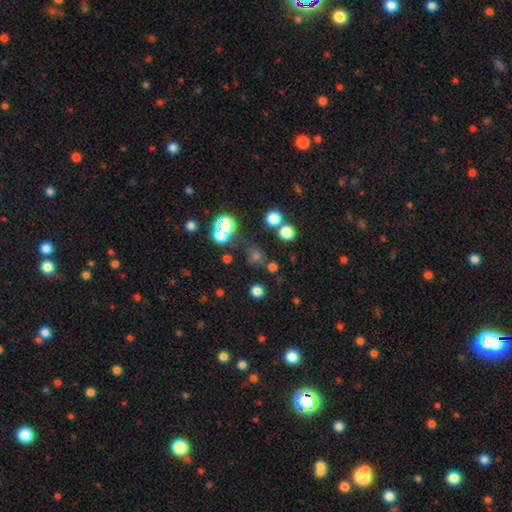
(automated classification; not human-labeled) smooth_or_featured: smooth (p=0.54) [alt: star or artifact p=0.37]
how_rounded: round (p=0.85) [alt: in between p=0.14]
merging: none (p=0.73) [alt: merger p=0.11]